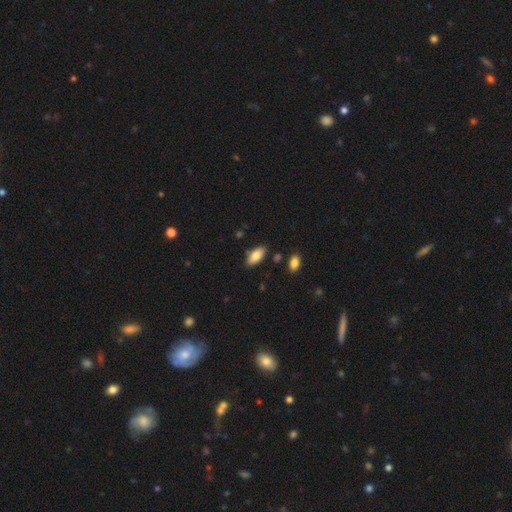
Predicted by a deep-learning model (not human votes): Smooth or featured: smooth — 82% (featured or disk — 11%)
How rounded: in between — 91% (cigar-shaped — 7%)
Merging: none — 84% (minor disturbance — 11%)